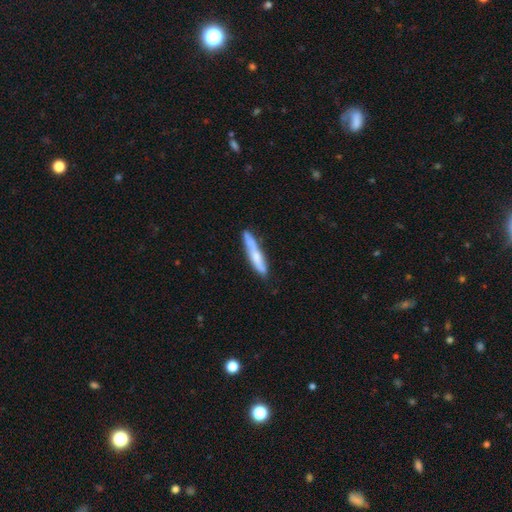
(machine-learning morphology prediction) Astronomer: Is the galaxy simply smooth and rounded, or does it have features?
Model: smooth — 56% (runner-up: featured or disk, 39%).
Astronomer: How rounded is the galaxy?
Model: cigar-shaped — 90%.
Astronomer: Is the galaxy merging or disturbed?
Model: none — 73%.